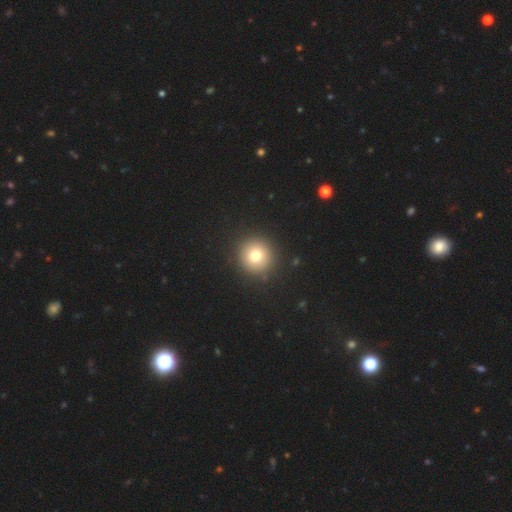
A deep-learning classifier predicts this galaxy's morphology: smooth 76%, star or artifact 14%, featured or disk 10%. Down the decision tree: how rounded — round (95%); merging — none (92%).